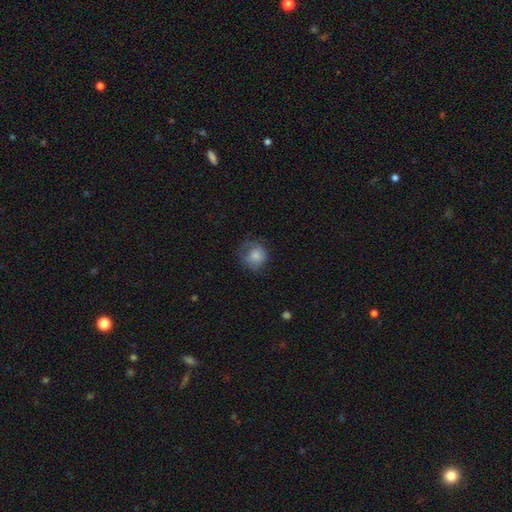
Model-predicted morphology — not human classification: The model was most divided on "merging": none: 52%, minor disturbance: 27%, major disturbance: 20%, merger: 1%. More confident: how rounded — round (79%); smooth or featured — smooth (75%).